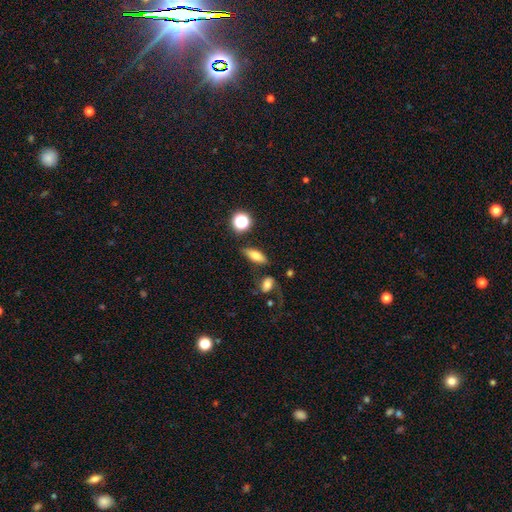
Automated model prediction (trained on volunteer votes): smooth 71%, featured or disk 18%, star or artifact 11%. Down the decision tree: how rounded — in between (65%); merging — none (77%).